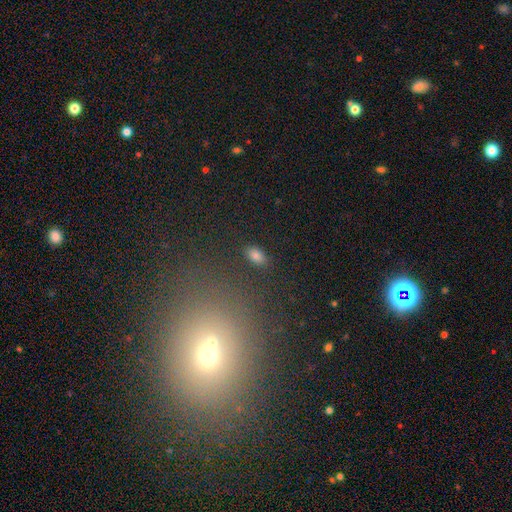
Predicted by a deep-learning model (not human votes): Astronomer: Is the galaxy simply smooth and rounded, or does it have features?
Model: smooth — 81%.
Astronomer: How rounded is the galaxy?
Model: in between — 91%.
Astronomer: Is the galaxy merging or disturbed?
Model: none — 87%.